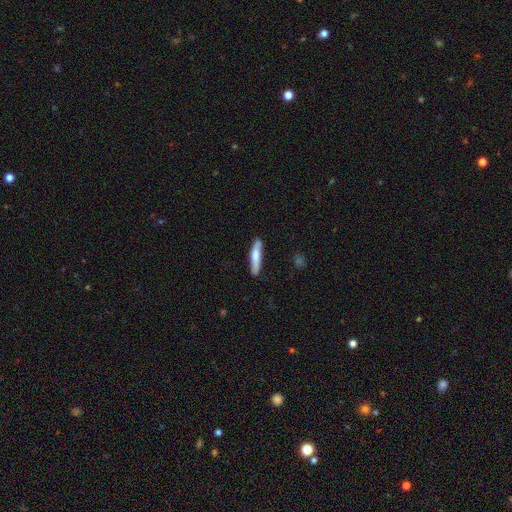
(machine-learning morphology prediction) A smooth galaxy with no disk features (68%) that is cigar-shaped (86%).

Vote fractions:
- Smooth or featured? smooth: 68% / featured or disk: 26% / star or artifact: 5%
- How rounded? cigar-shaped: 86% / in between: 13% / round: 2%
- Merging? none: 81% / minor disturbance: 15% / major disturbance: 3% / merger: 2%